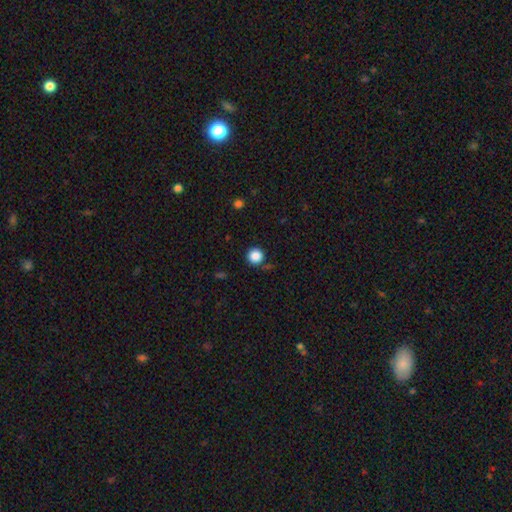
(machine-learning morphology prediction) type=smooth (86%); roundness=round (96%); merging=none (85%).